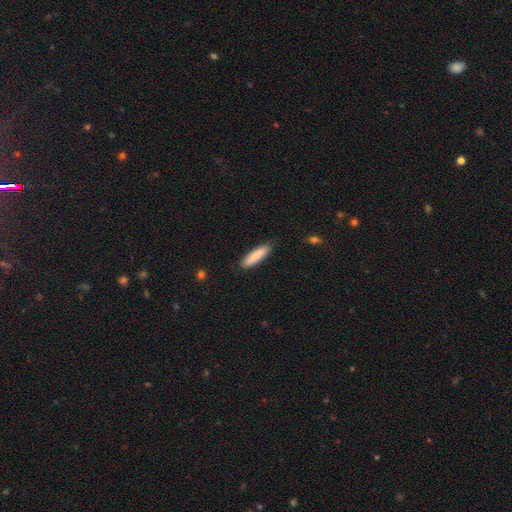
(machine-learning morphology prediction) A smooth galaxy with no disk features (86%) that is cigar-shaped (76%).

Vote fractions:
- Smooth or featured? smooth: 86% / featured or disk: 8% / star or artifact: 5%
- How rounded? cigar-shaped: 76% / in between: 22% / round: 1%
- Merging? none: 88% / minor disturbance: 9% / major disturbance: 2% / merger: 1%